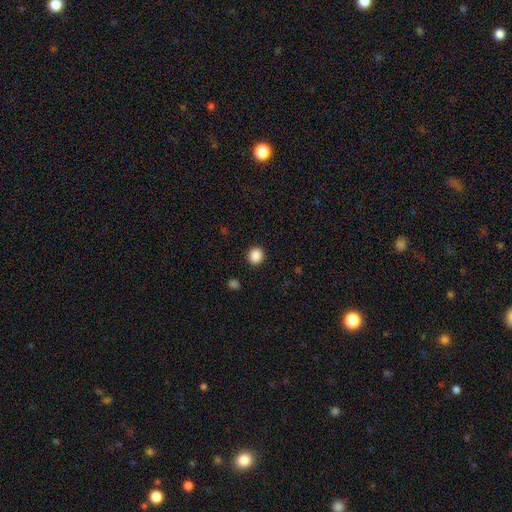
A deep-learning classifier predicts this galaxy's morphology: This is clearly a smooth galaxy (88%). How rounded: clearly round (87%). Merging: clearly none (92%).